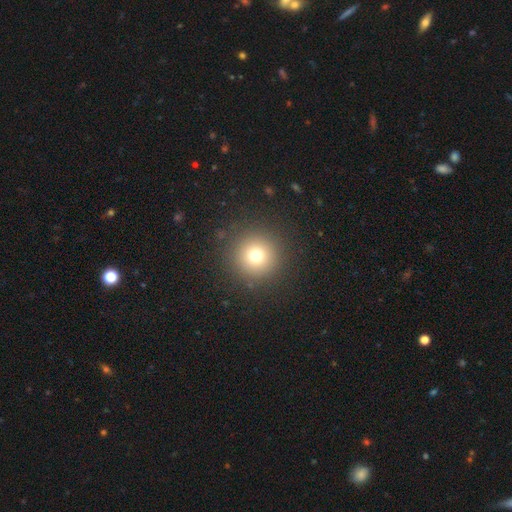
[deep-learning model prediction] Morphology: type=smooth (73%); roundness=round (96%); merging=none (90%).